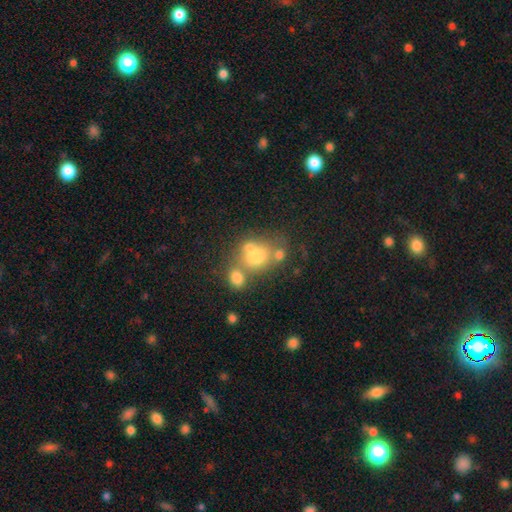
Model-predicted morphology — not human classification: This is likely a smooth galaxy (68%). How rounded: possibly round (50%). Merging: marginally merger (44%).